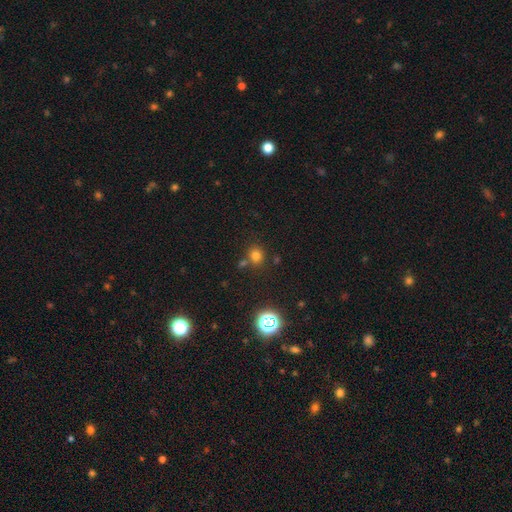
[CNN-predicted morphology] Smooth or featured: smooth — 74% (star or artifact — 20%)
How rounded: round — 82% (in between — 17%)
Merging: none — 73% (merger — 15%)